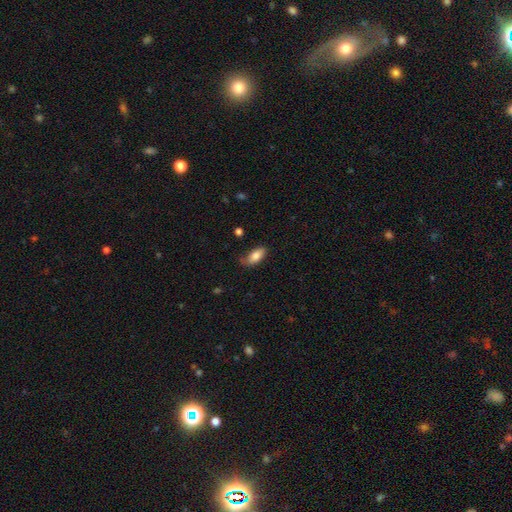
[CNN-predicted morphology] Smooth or featured? smooth (80%)
How rounded? in between (89%)
Merging? none (60%)